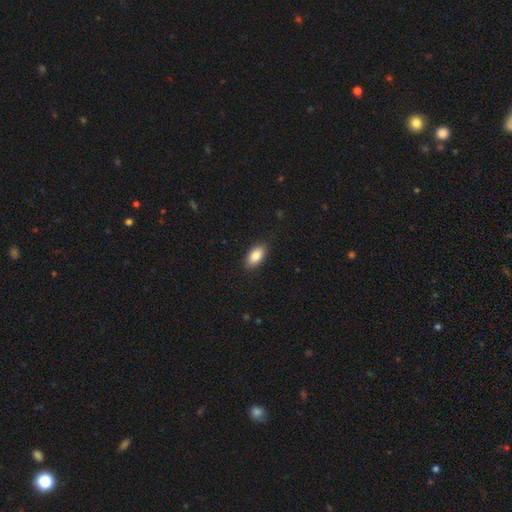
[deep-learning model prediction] Q: Smooth or featured?
A: smooth (86%); runner-up: featured or disk (7%)
Q: How rounded?
A: in between (93%); runner-up: round (4%)
Q: Merging?
A: none (88%); runner-up: minor disturbance (9%)